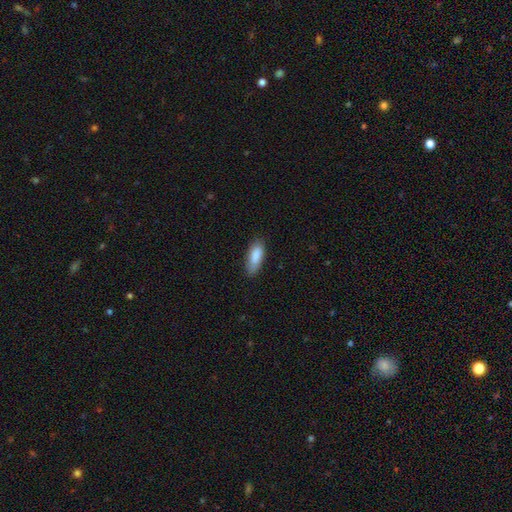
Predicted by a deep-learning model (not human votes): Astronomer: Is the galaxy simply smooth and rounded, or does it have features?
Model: smooth — 88%.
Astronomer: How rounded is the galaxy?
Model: in between — 71%.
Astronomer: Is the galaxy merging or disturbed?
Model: none — 79%.